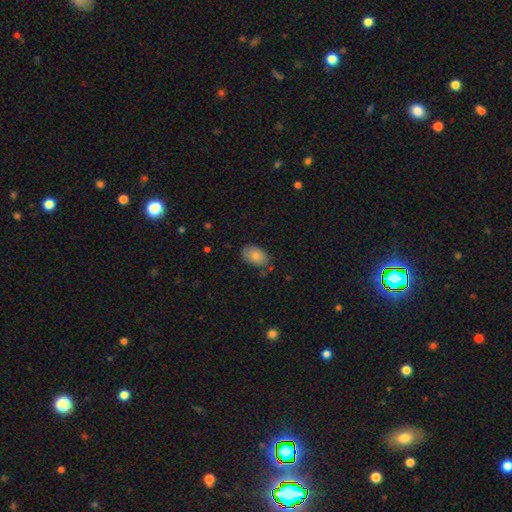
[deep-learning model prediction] smooth_or_featured: smooth (p=0.82) [alt: featured or disk p=0.11]
how_rounded: in between (p=0.89) [alt: round p=0.09]
merging: none (p=0.74) [alt: minor disturbance p=0.19]